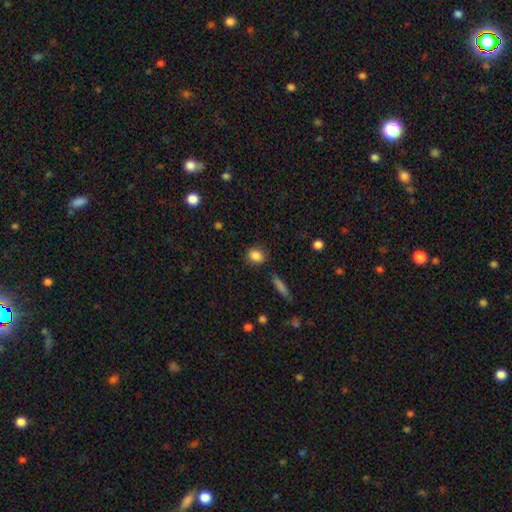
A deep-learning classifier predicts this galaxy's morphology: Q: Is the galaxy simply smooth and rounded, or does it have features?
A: smooth — 86%.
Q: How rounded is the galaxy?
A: in between — 50%.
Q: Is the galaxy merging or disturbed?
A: none — 84%.